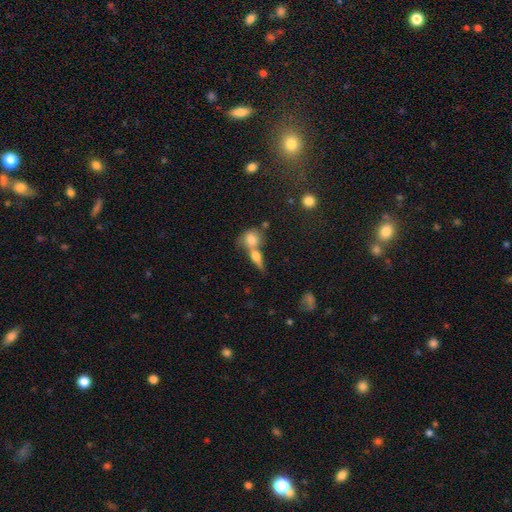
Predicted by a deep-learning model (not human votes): A smooth galaxy with no disk features (64%) that is in between round and cigar-shaped (47%). Merging: merger (53%).